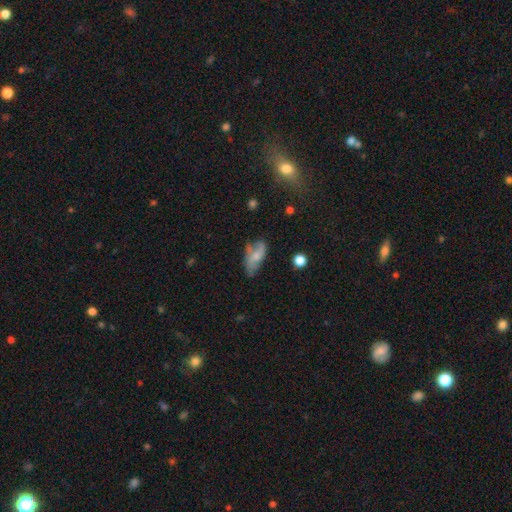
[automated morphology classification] type=smooth (52%); roundness=in between (88%); merging=none (42%).